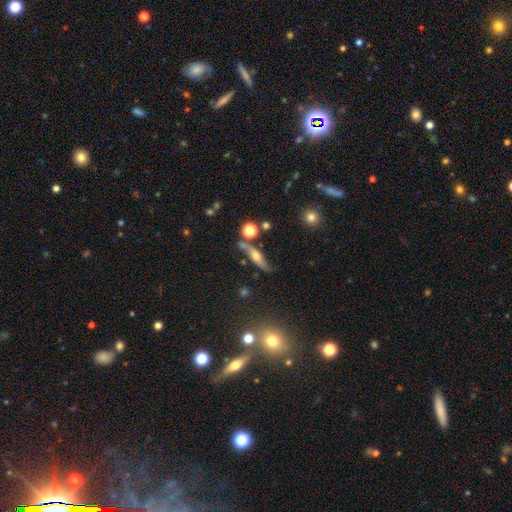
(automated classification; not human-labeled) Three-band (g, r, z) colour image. It shows a featured or disk galaxy (57%) viewed edge-on (73%). Merging: none (65%).